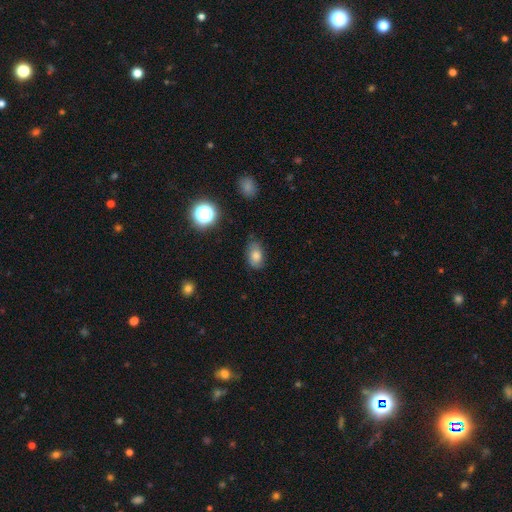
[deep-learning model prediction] This is likely a smooth galaxy (78%). How rounded: clearly in between (87%). Merging: likely none (72%).